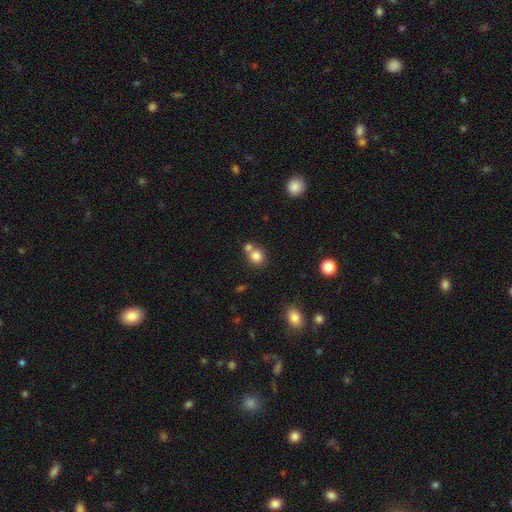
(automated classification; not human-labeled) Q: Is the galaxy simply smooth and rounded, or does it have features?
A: smooth — 80%.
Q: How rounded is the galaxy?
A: round — 83%.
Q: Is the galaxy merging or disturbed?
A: none — 51%.